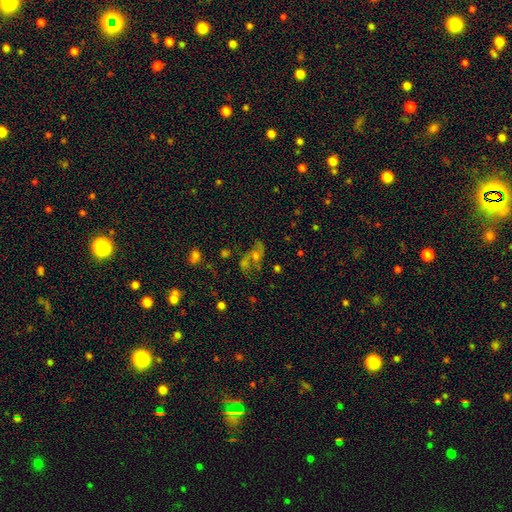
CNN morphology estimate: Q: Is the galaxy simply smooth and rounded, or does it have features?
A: featured or disk — 45%.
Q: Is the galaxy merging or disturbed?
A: none — 39%.